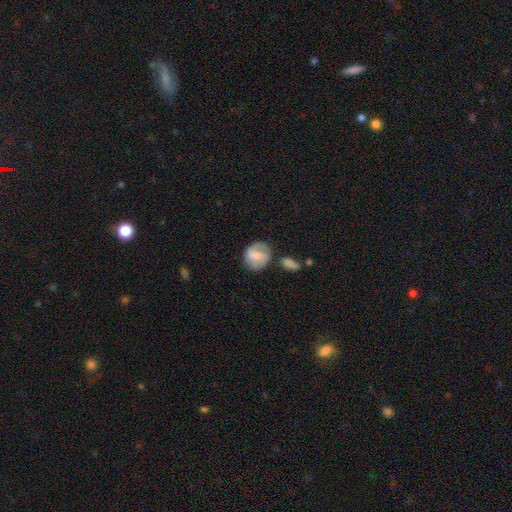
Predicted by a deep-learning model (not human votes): Smooth or featured?
  - smooth: 58% *
  - featured or disk: 34%
  - star or artifact: 8%
How rounded?
  - round: 63% *
  - in between: 35%
  - cigar-shaped: 2%
Merging?
  - none: 55% *
  - minor disturbance: 22%
  - merger: 12%
  - major disturbance: 10%